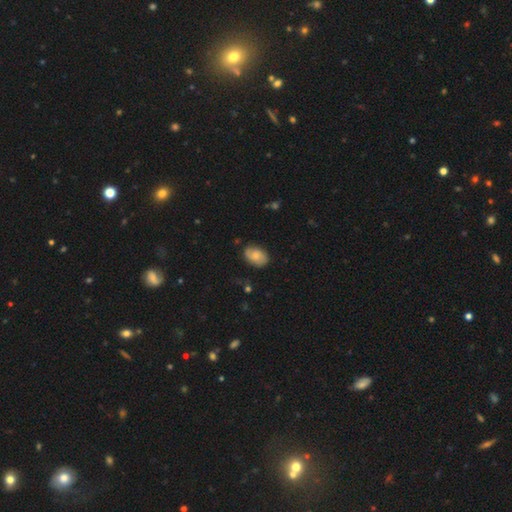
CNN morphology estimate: Smooth or featured? Predicted: smooth (p=0.69). How rounded? Predicted: in between (p=0.86). Merging? Predicted: none (p=0.76).